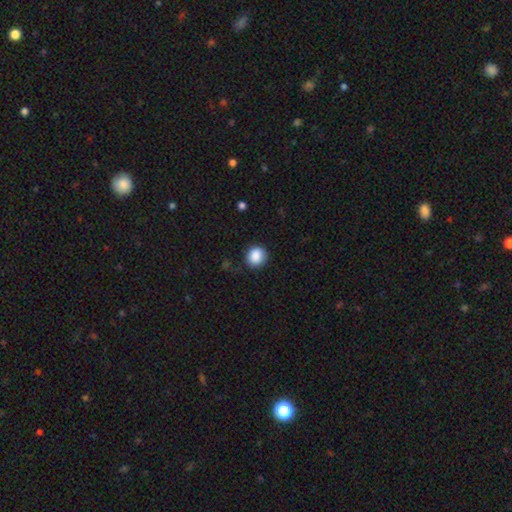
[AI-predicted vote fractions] Smooth or featured? smooth (88%)
How rounded? round (86%)
Merging? none (85%)